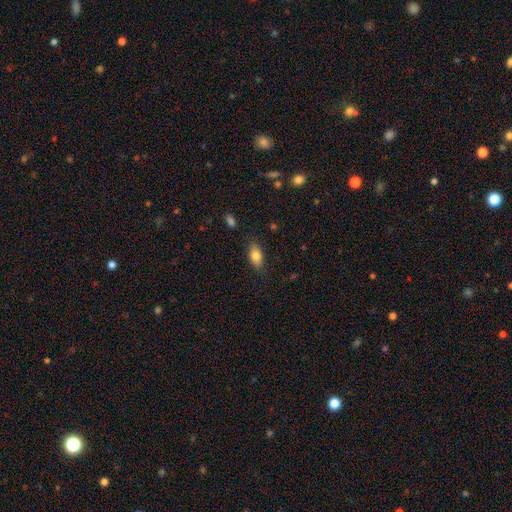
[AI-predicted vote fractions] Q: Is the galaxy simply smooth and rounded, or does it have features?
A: smooth — 79%.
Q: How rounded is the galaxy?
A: in between — 87%.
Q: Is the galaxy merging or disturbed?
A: none — 83%.